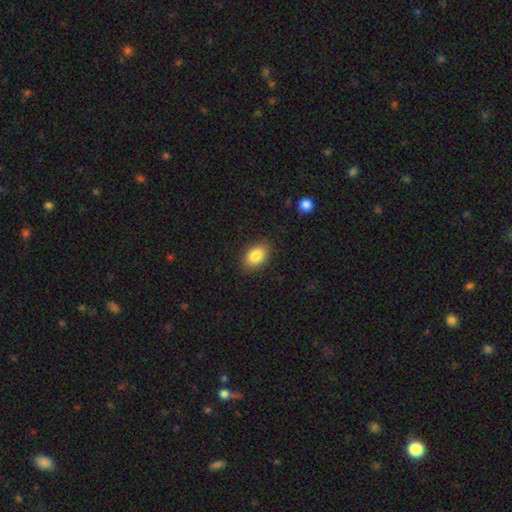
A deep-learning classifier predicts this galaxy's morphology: This is clearly a smooth galaxy (85%). How rounded: clearly in between (87%). Merging: clearly none (86%).